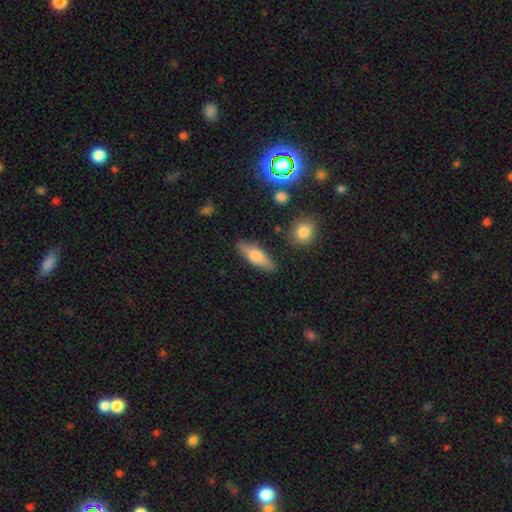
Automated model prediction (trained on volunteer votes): A smooth galaxy with no disk features (67%) that is in between round and cigar-shaped (60%).

Vote fractions:
- Smooth or featured? smooth: 67% / featured or disk: 26% / star or artifact: 6%
- How rounded? in between: 60% / cigar-shaped: 37% / round: 3%
- Merging? none: 83% / minor disturbance: 12% / major disturbance: 3% / merger: 3%